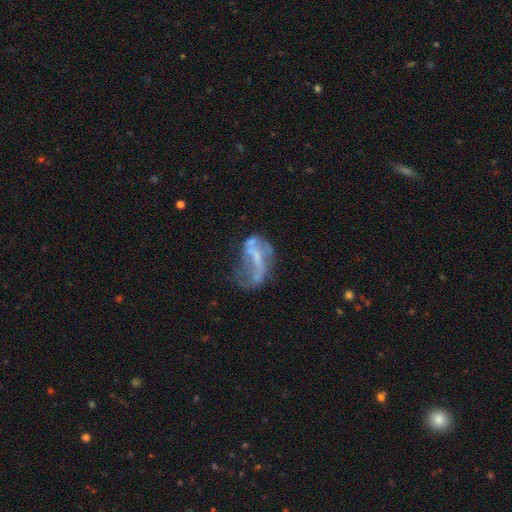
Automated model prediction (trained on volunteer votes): This appears to be a featured or disk galaxy (65%) with no bar (44%), no spiral arms (60%) and no central bulge (56%). Merging: major disturbance (40%).